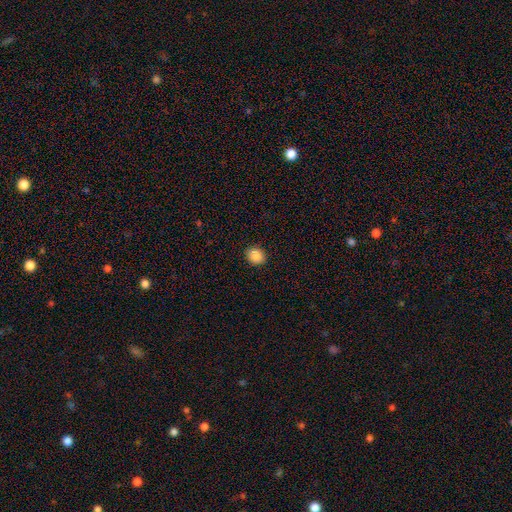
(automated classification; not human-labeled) Morphology: type=smooth (88%); roundness=round (66%); merging=none (90%).